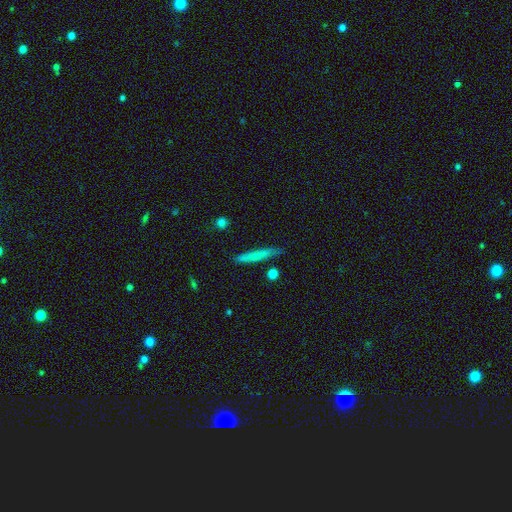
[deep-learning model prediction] Overall: smooth (64%; featured or disk 29%). How rounded: cigar-shaped (94%). Merging: none (82%).